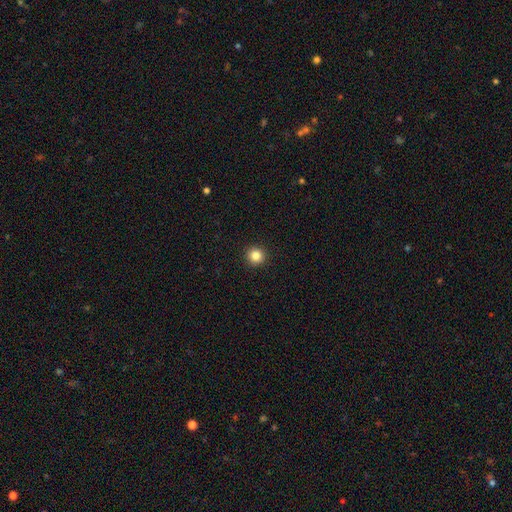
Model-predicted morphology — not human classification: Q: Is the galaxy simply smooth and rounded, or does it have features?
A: smooth — 84%.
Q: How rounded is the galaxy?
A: round — 95%.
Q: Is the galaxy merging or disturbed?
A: none — 93%.